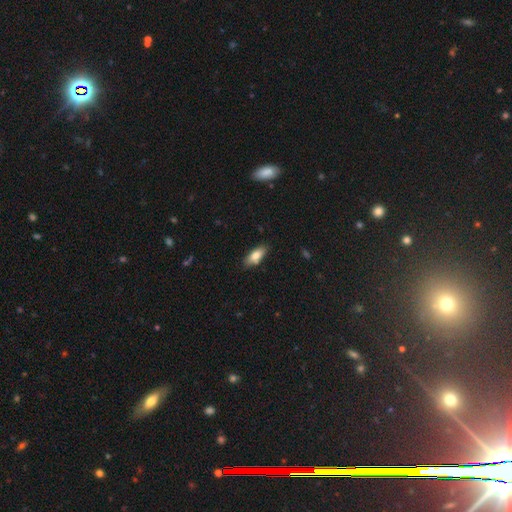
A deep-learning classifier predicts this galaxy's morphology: A smooth galaxy with no disk features (78%) that is in between round and cigar-shaped (79%).

Vote fractions:
- Smooth or featured? smooth: 78% / featured or disk: 15% / star or artifact: 7%
- How rounded? in between: 79% / cigar-shaped: 18% / round: 2%
- Merging? none: 82% / minor disturbance: 14% / major disturbance: 2% / merger: 2%